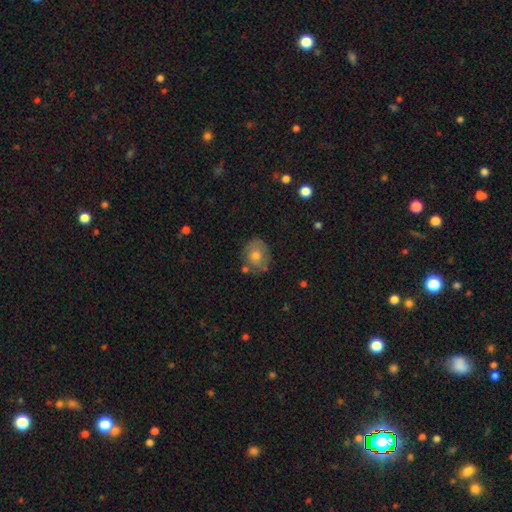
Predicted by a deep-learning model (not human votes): Smooth or featured?
  - smooth: 61% *
  - featured or disk: 29%
  - star or artifact: 10%
How rounded?
  - round: 57% *
  - in between: 42%
  - cigar-shaped: 1%
Merging?
  - none: 71% *
  - minor disturbance: 19%
  - merger: 5%
  - major disturbance: 5%